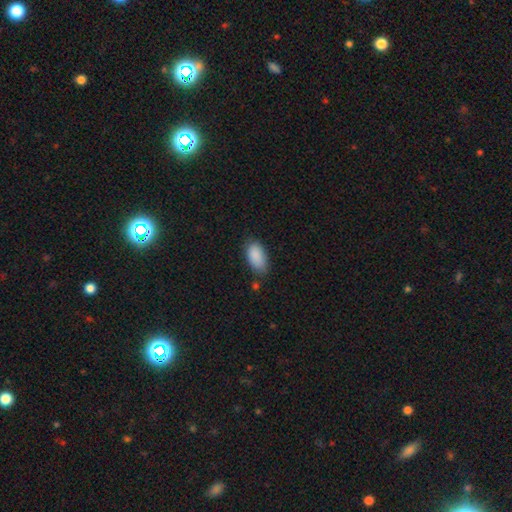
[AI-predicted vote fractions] A smooth galaxy with no disk features (89%) that is in between round and cigar-shaped (93%). Merging: none (72%).